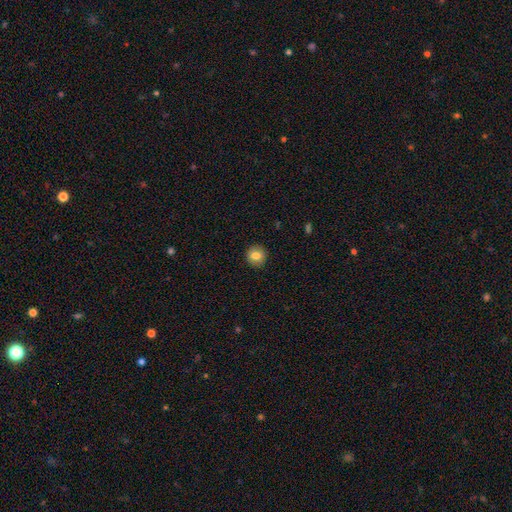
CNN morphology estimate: The model was most divided on "smooth or featured": smooth: 81%, featured or disk: 10%, star or artifact: 9%. More confident: merging — none (90%); how rounded — round (89%).